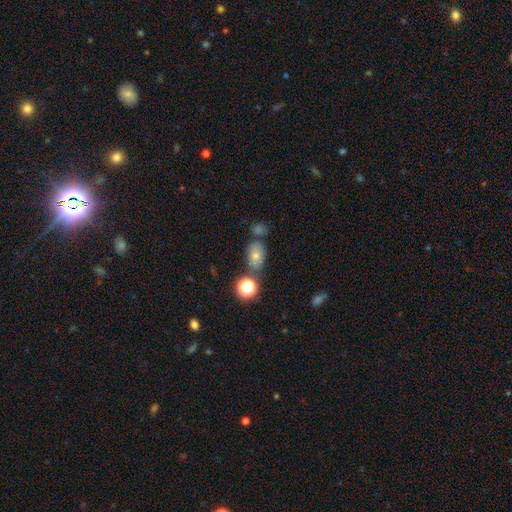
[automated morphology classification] Overall: smooth (70%). How rounded: in between (75%). Merging: none (60%).